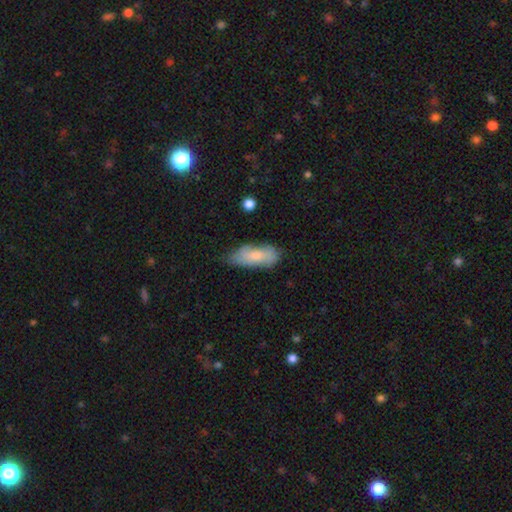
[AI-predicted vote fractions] A smooth galaxy with no disk features (72%) that is in between round and cigar-shaped (78%).

Vote fractions:
- Smooth or featured? smooth: 72% / featured or disk: 22% / star or artifact: 6%
- How rounded? in between: 78% / cigar-shaped: 20% / round: 2%
- Merging? none: 56% / minor disturbance: 34% / major disturbance: 8% / merger: 2%